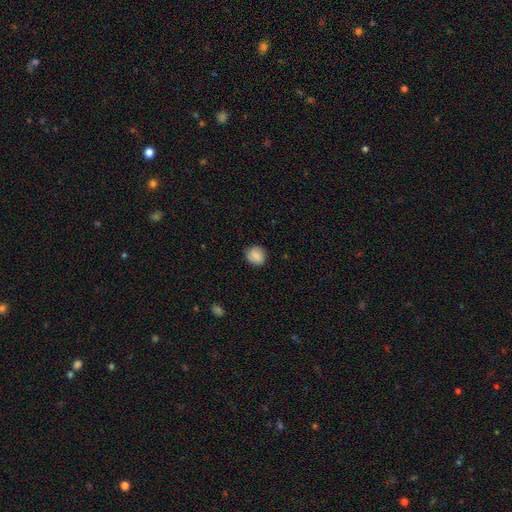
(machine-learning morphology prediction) smooth 85%, star or artifact 8%, featured or disk 7%. Down the decision tree: how rounded — round (78%); merging — none (83%).